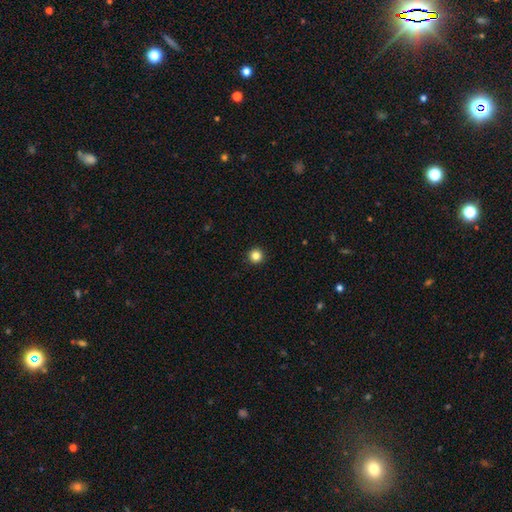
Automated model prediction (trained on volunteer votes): Morphology: type=smooth (84%); roundness=round (96%); merging=none (94%).